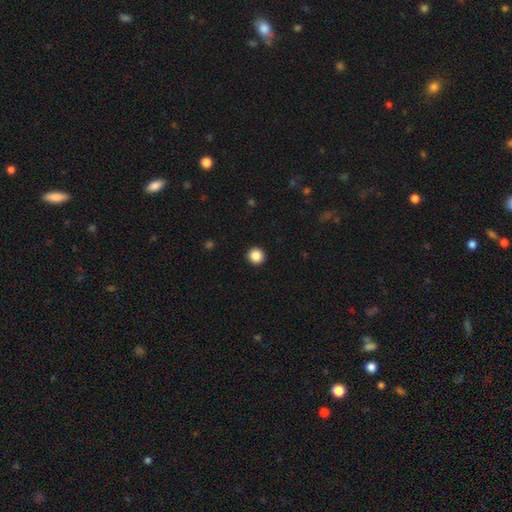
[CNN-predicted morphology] Smooth or featured? Predicted: smooth (p=0.88). How rounded? Predicted: round (p=0.95). Merging? Predicted: none (p=0.94).